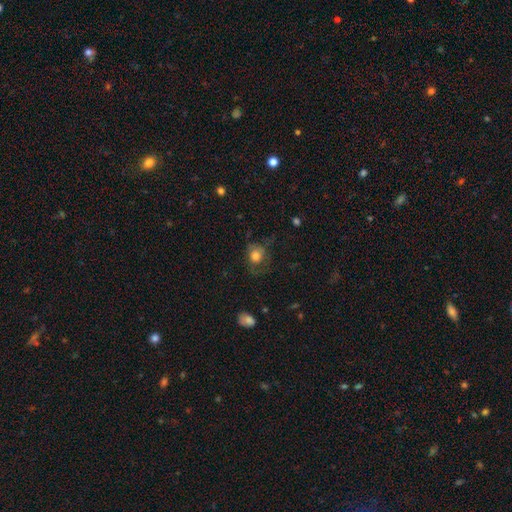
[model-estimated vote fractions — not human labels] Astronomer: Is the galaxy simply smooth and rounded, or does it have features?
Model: smooth — 68%.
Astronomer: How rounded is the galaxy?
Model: round — 68%.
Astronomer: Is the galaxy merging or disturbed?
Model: none — 44% (runner-up: major disturbance, 30%).